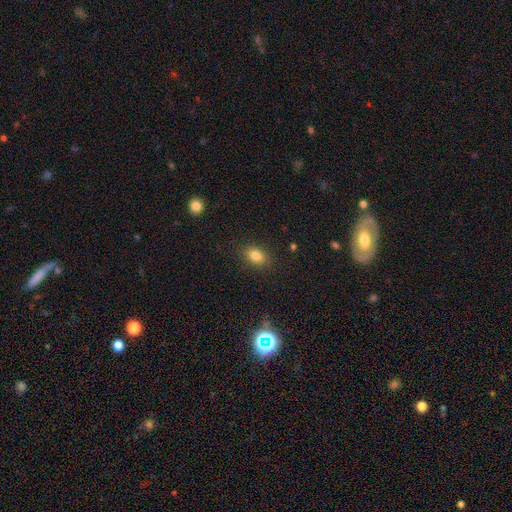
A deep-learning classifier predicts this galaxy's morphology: Q: Smooth or featured?
A: smooth (80%); runner-up: star or artifact (12%)
Q: How rounded?
A: in between (74%); runner-up: round (24%)
Q: Merging?
A: none (87%); runner-up: minor disturbance (10%)